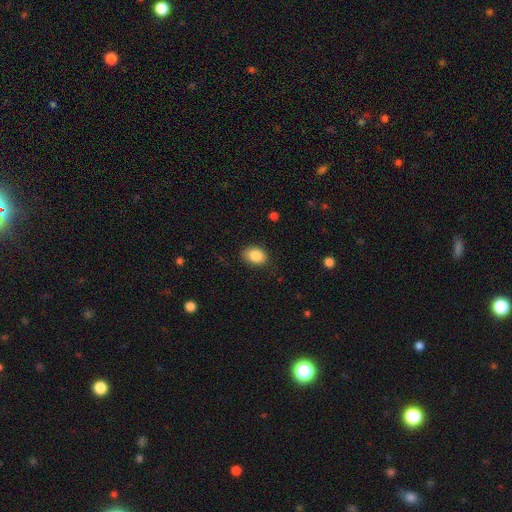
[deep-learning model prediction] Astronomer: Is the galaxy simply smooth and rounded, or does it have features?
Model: smooth — 87%.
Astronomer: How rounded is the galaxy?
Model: in between — 74%.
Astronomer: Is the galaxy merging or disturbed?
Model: none — 83%.